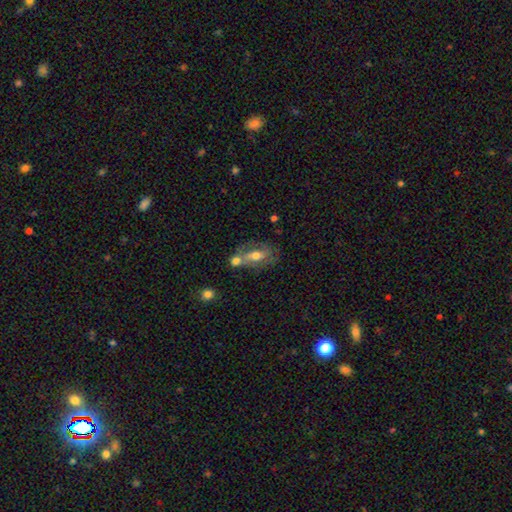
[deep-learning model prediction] Morphology: type=featured or disk (53%); edge-on=no (87%); merging=none (38%).